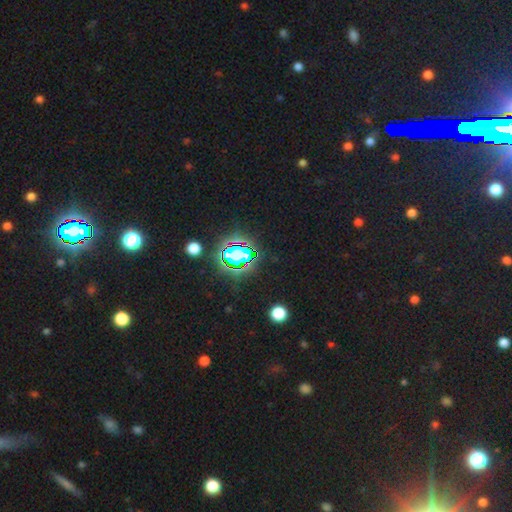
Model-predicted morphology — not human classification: type=star or artifact (79%).